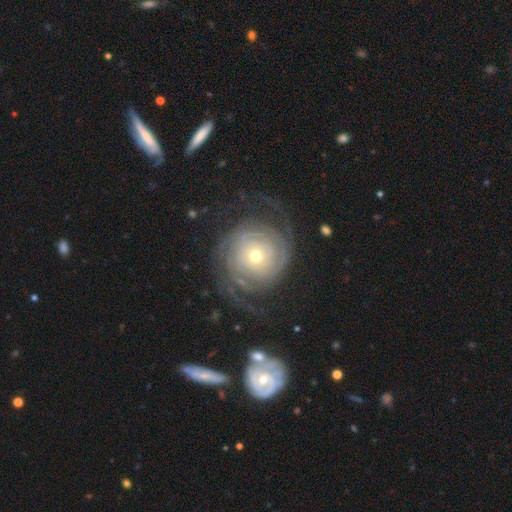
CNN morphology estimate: A featured or disk galaxy (84%) with no bar (82%), 2 (37%) tight (70%) spiral arms (94%) and a small central bulge (53%). Merging: none (70%).